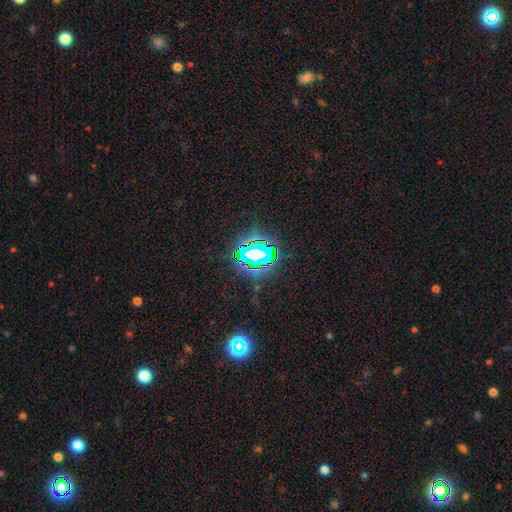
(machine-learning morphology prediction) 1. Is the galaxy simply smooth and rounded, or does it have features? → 70% star or artifact, 17% smooth, 13% featured or disk.